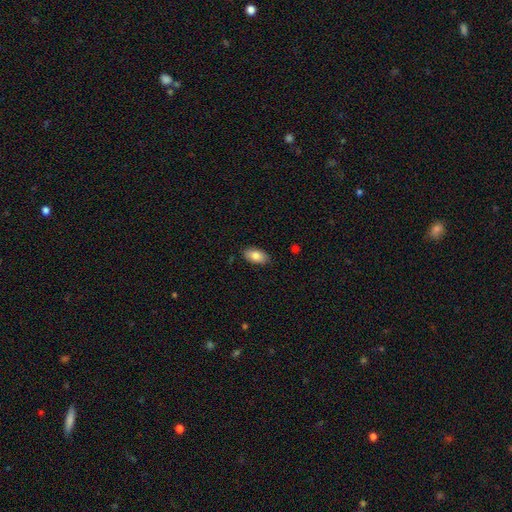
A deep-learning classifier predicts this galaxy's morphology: Smooth or featured: smooth — 83% (featured or disk — 10%)
How rounded: in between — 93% (round — 4%)
Merging: none — 87% (minor disturbance — 10%)